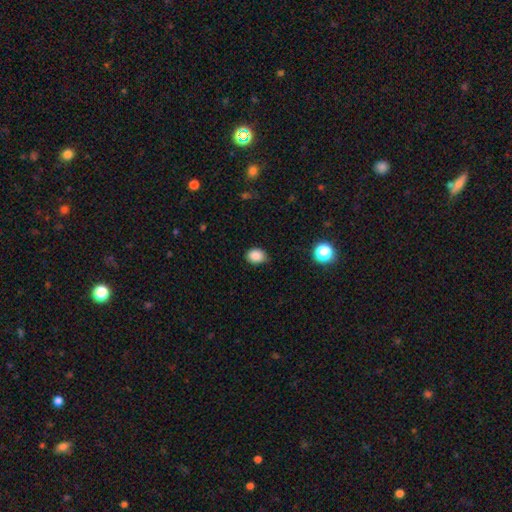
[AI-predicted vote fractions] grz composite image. It shows a smooth galaxy with no disk features (86%) that is in between round and cigar-shaped (54%). Merging: none (74%).